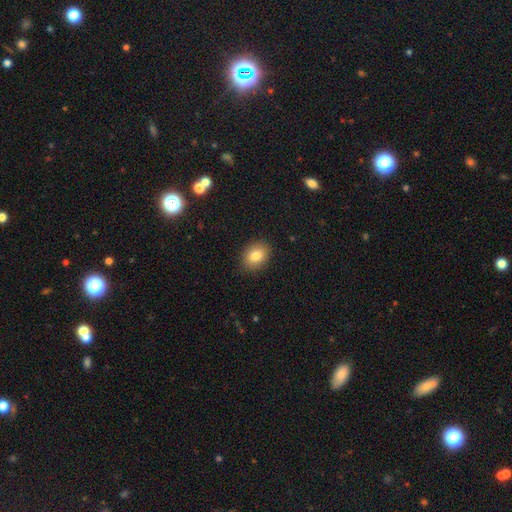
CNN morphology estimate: Overall: smooth (83%). How rounded: in between (61%; round 38%). Merging: none (88%).